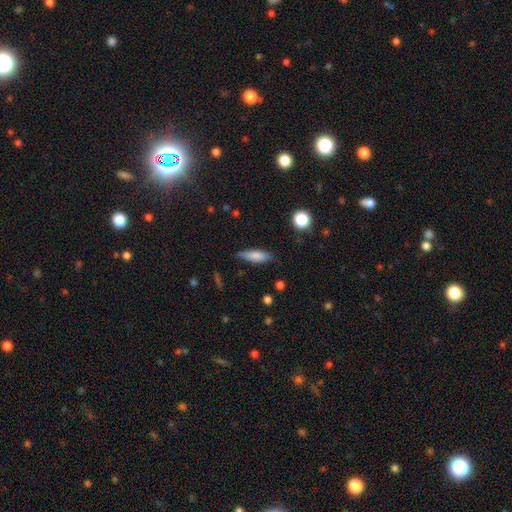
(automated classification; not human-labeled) Q: Smooth or featured?
A: smooth (79%); runner-up: featured or disk (14%)
Q: How rounded?
A: cigar-shaped (50%); runner-up: in between (48%)
Q: Merging?
A: none (76%); runner-up: minor disturbance (19%)